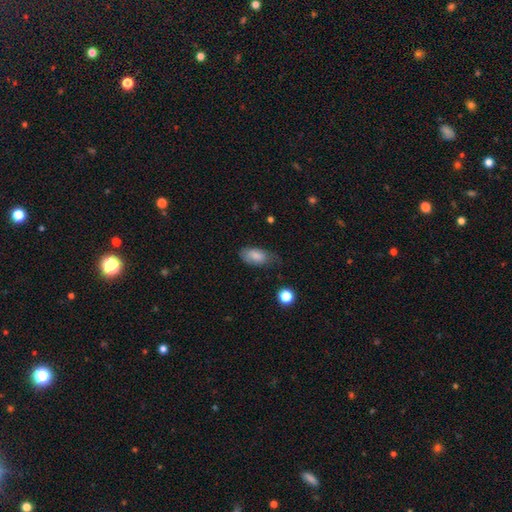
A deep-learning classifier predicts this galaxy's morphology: Smooth or featured? smooth (82%)
How rounded? in between (92%)
Merging? none (52%)